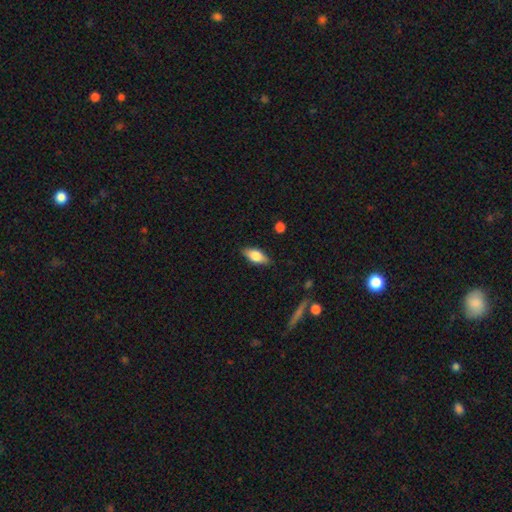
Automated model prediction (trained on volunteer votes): Morphology: type=smooth (71%); roundness=in between (84%); merging=none (84%).